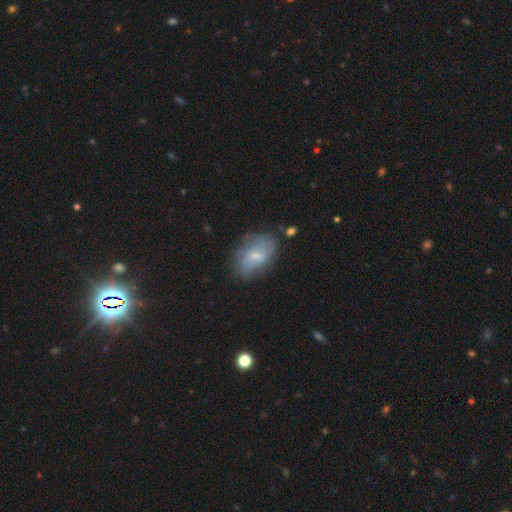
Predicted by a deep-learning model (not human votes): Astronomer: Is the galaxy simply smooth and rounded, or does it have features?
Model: smooth — 47% (runner-up: featured or disk, 45%).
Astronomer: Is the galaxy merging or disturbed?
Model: none — 63%.